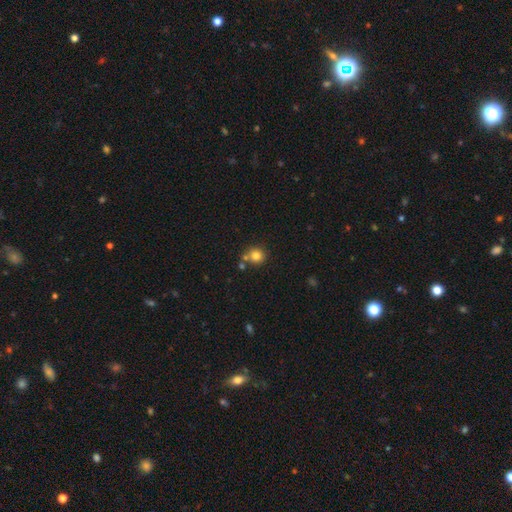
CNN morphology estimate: Overall: smooth (81%). How rounded: round (90%). Merging: none (69%).